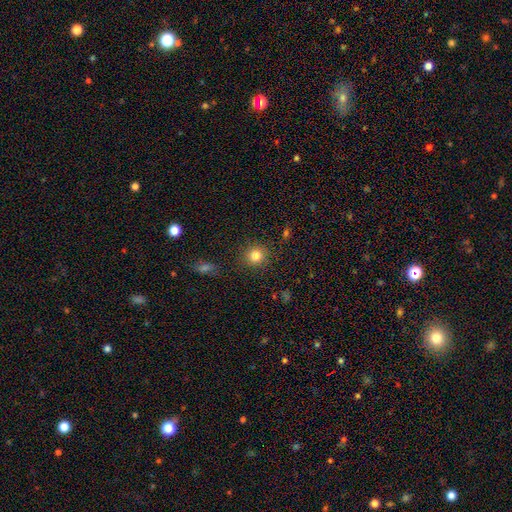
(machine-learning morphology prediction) Smooth or featured? smooth (82%)
How rounded? round (89%)
Merging? none (88%)